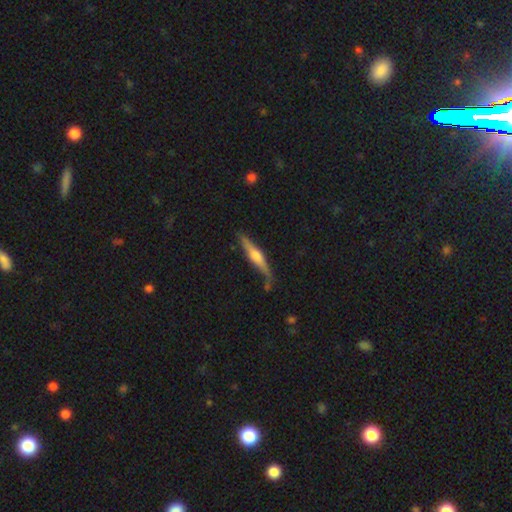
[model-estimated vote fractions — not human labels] Smooth or featured: featured or disk — 61% (smooth — 33%)
Edge-on disk: yes — 94% (no — 6%)
Edge-on bulge: rounded — 84% (boxy — 10%)
Merging: none — 72% (minor disturbance — 19%)